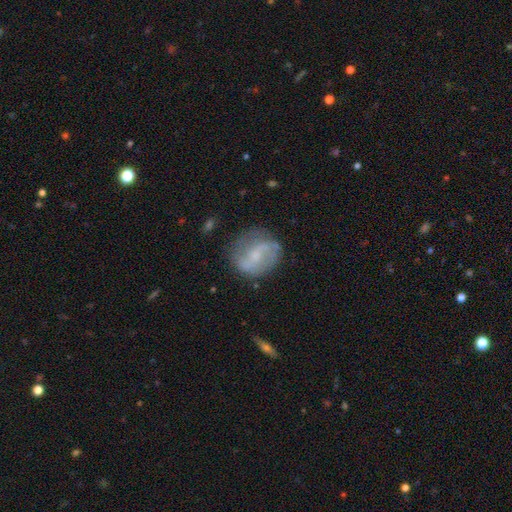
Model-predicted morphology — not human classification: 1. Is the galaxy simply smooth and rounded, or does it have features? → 66% featured or disk, 27% smooth, 8% star or artifact.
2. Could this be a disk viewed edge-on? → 97% no, 3% yes.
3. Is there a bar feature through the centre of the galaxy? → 48% weak, 35% no, 17% strong.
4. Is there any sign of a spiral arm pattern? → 84% yes, 16% no.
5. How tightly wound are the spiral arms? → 43% loose, 40% medium, 17% tight.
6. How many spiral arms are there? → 79% 2, 12% can't tell, 4% 1, 2% 3, 1% 4, 1% more than 4.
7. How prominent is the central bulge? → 51% small, 29% moderate, 16% none, 2% large, 1% dominant.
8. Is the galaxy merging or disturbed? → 71% none, 19% minor disturbance, 8% major disturbance, 2% merger.